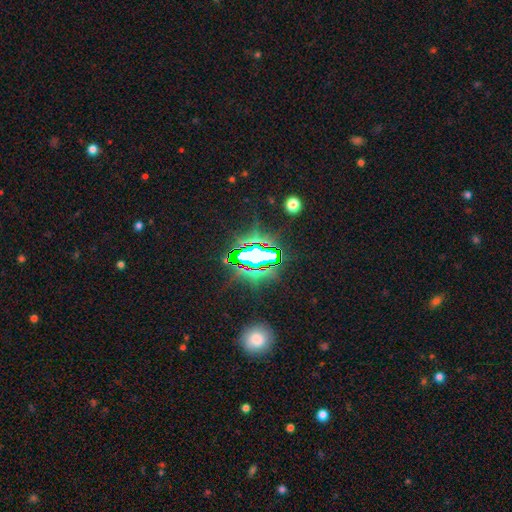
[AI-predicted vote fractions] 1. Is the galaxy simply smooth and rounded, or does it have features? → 75% star or artifact, 13% smooth, 13% featured or disk.